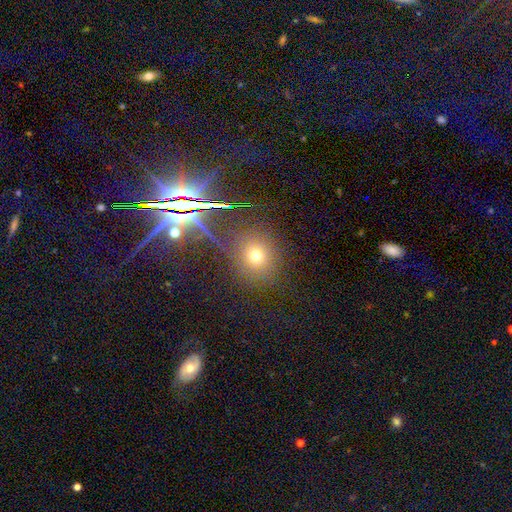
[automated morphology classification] The model was most divided on "smooth or featured": smooth: 63%, star or artifact: 26%, featured or disk: 10%. More confident: merging — none (82%); how rounded — round (80%).